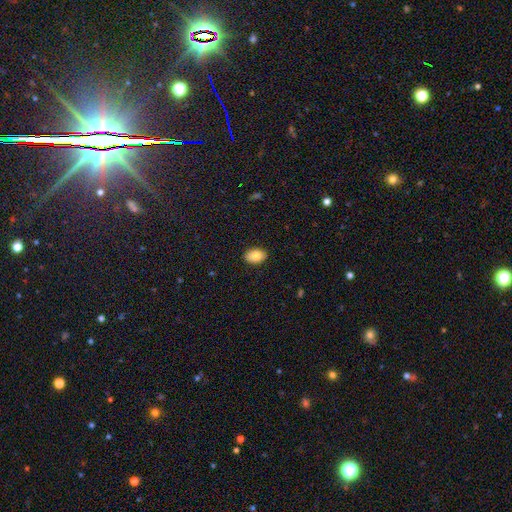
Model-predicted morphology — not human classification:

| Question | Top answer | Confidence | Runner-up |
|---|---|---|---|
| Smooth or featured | smooth | 82% | featured or disk (11%) |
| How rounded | in between | 90% | round (9%) |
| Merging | none | 89% | minor disturbance (9%) |